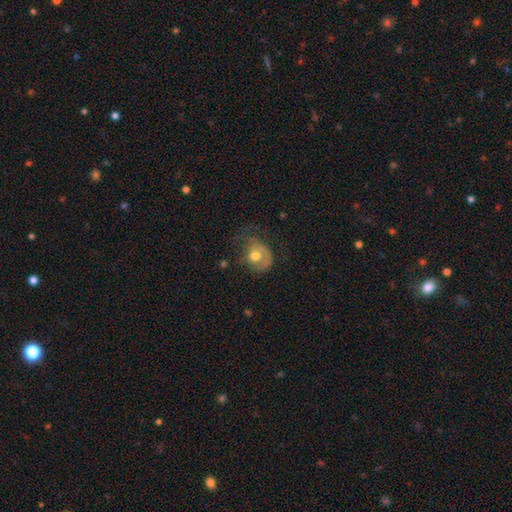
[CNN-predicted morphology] This is possibly a smooth galaxy (57%). How rounded: possibly round (59%). Merging: marginally major disturbance (36%).